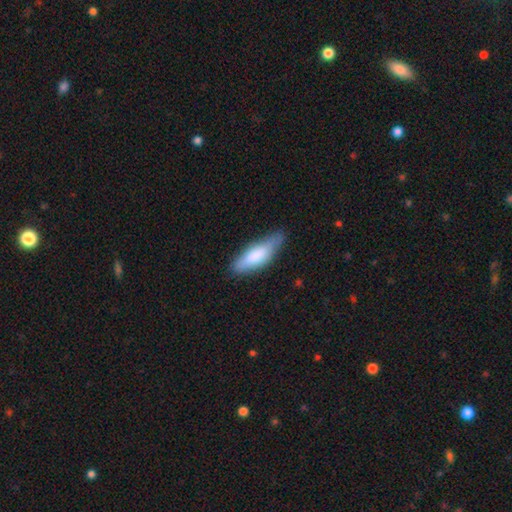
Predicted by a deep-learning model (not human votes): smooth-or-featured: smooth: 76% | featured or disk: 18% | star or artifact: 6%
  how-rounded: in between: 52% | cigar-shaped: 46% | round: 2%
  merging: none: 64% | minor disturbance: 28% | major disturbance: 6% | merger: 2%